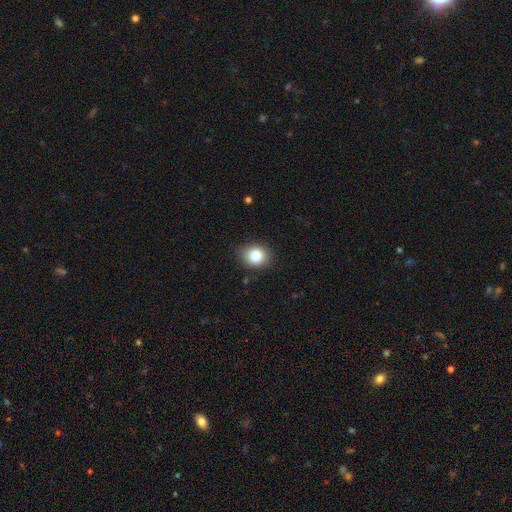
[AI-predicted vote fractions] Morphology: type=smooth (85%); roundness=round (68%); merging=none (82%).